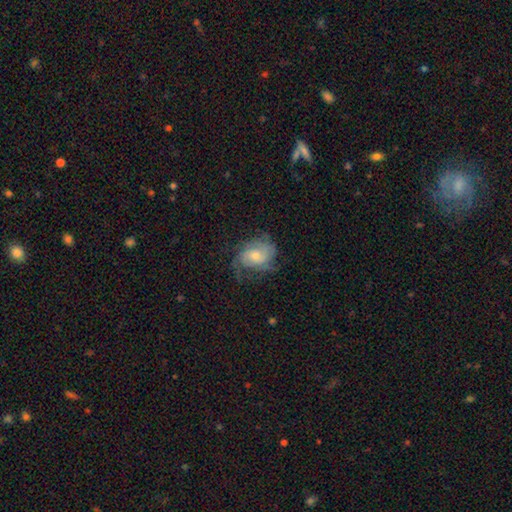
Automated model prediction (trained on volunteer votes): Smooth or featured: featured or disk — 64% (smooth — 29%)
Edge-on disk: no — 97% (yes — 3%)
Bar: no — 70% (weak — 26%)
Spiral arms: yes — 86% (no — 14%)
Spiral winding: medium — 40% (tight — 38%)
Spiral arm count: 2 — 34% (can't tell — 33%)
Bulge size: moderate — 47% (small — 46%)
Merging: none — 53% (minor disturbance — 25%)